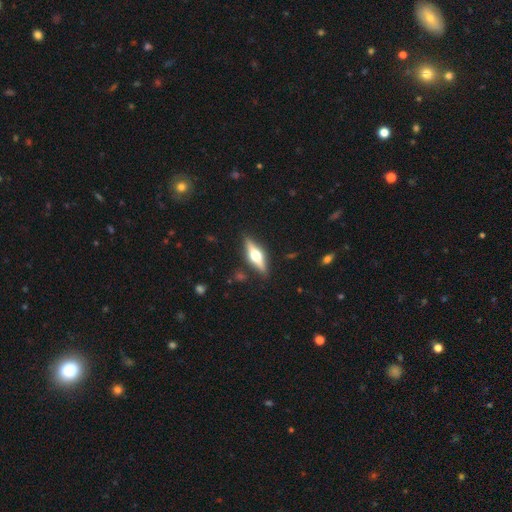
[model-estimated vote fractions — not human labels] Q: Smooth or featured?
A: featured or disk (68%); runner-up: smooth (26%)
Q: Edge-on disk?
A: yes (96%); runner-up: no (4%)
Q: Edge-on bulge?
A: rounded (96%); runner-up: boxy (3%)
Q: Merging?
A: none (88%); runner-up: minor disturbance (8%)